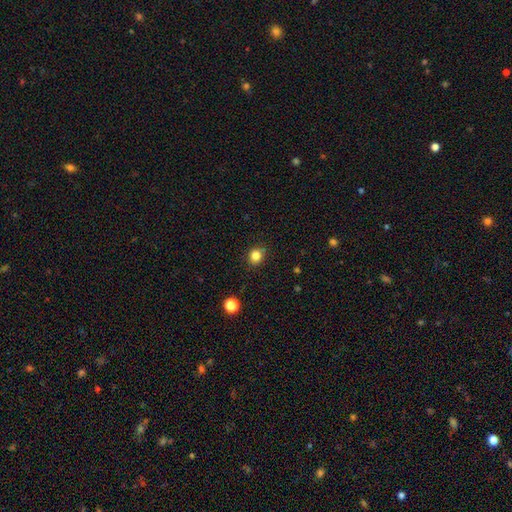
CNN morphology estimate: This appears to be a smooth galaxy with no disk features (83%) that is round (78%). Merging: none (86%).